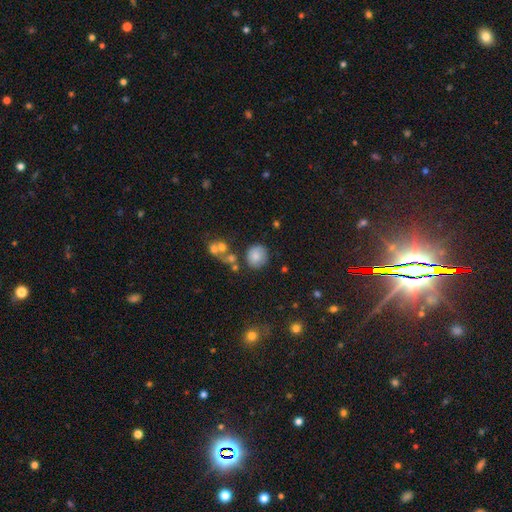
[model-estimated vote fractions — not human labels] This is likely a smooth galaxy (80%). How rounded: clearly round (85%). Merging: likely none (73%).